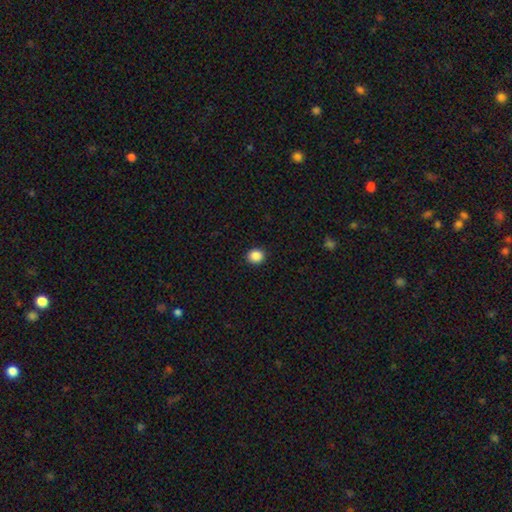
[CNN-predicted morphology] Smooth or featured: smooth — 87% (star or artifact — 10%)
How rounded: round — 84% (in between — 15%)
Merging: none — 92% (minor disturbance — 5%)